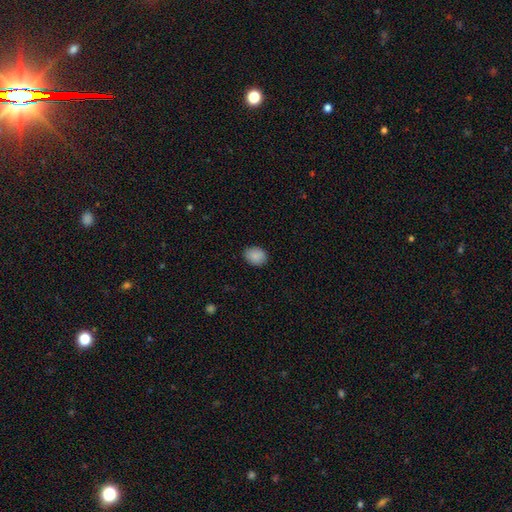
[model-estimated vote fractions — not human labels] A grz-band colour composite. It shows a smooth galaxy with no disk features (89%) that is in between round and cigar-shaped (53%). Merging: none (87%).